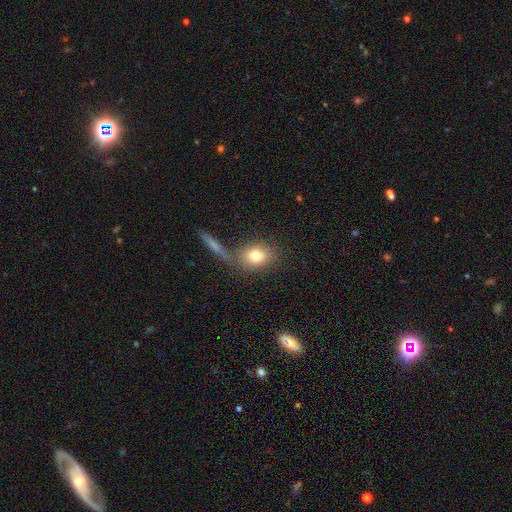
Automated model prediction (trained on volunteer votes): Smooth or featured? Predicted: smooth (p=0.77). How rounded? Predicted: round (p=0.50). Merging? Predicted: none (p=0.68).